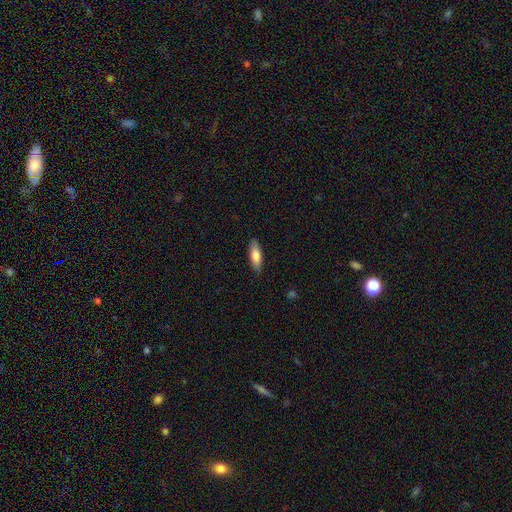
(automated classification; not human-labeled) Q: Smooth or featured?
A: smooth (76%); runner-up: featured or disk (18%)
Q: How rounded?
A: in between (53%); runner-up: cigar-shaped (45%)
Q: Merging?
A: none (87%); runner-up: minor disturbance (10%)